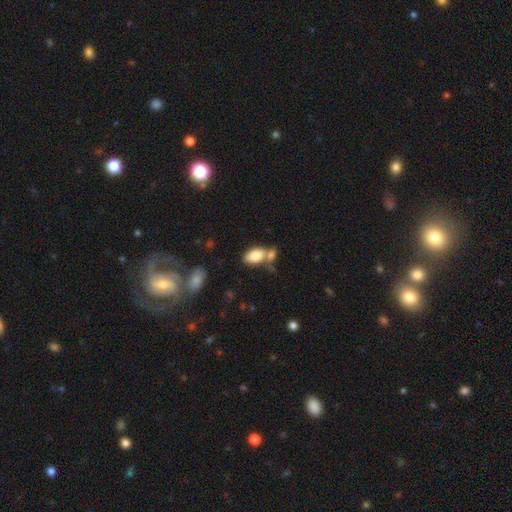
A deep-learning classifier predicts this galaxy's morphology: Smooth or featured?
  - smooth: 82% *
  - featured or disk: 10%
  - star or artifact: 7%
How rounded?
  - in between: 91% *
  - round: 7%
  - cigar-shaped: 2%
Merging?
  - merger: 42% *
  - none: 39%
  - minor disturbance: 13%
  - major disturbance: 6%